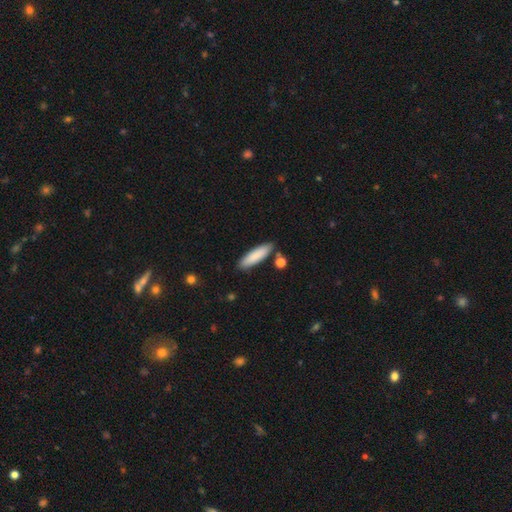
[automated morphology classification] Overall: smooth (85%). How rounded: cigar-shaped (65%; in between 33%). Merging: none (83%).